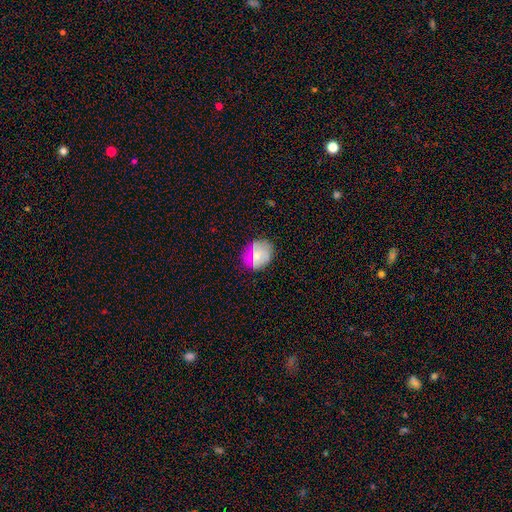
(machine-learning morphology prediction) Smooth or featured: smooth — 66% (featured or disk — 20%)
How rounded: round — 60% (in between — 39%)
Merging: none — 77% (minor disturbance — 17%)